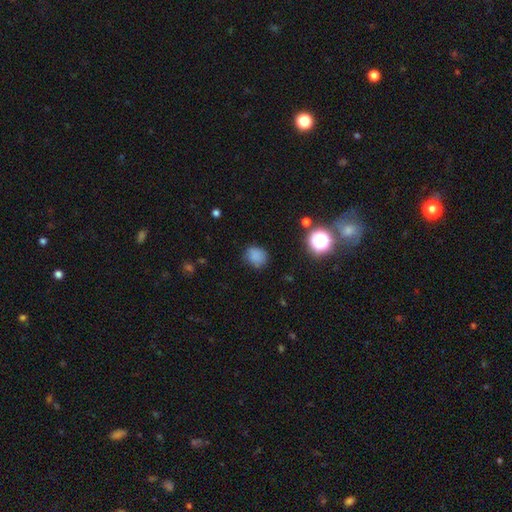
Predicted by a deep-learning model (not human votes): smooth_or_featured: smooth (p=0.78) [alt: star or artifact p=0.15]
how_rounded: round (p=0.68) [alt: in between p=0.31]
merging: none (p=0.72) [alt: minor disturbance p=0.20]